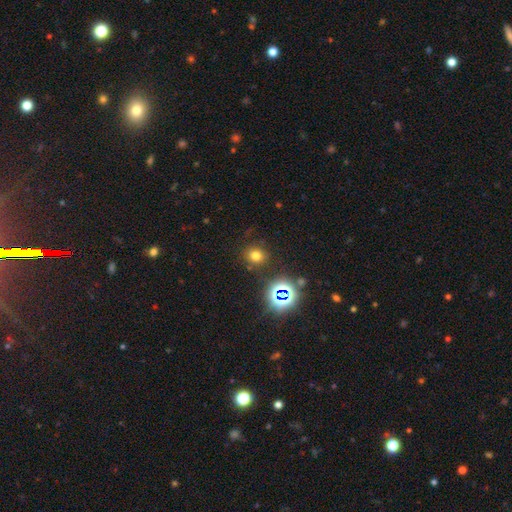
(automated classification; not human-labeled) Overall: smooth (68%). How rounded: round (81%). Merging: none (84%).